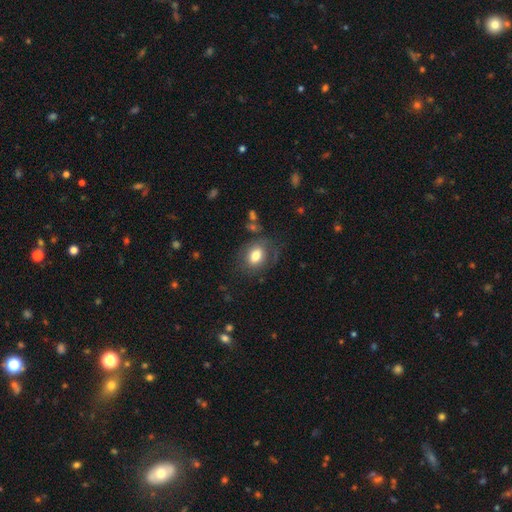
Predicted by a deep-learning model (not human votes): smooth-or-featured: smooth: 75% | featured or disk: 16% | star or artifact: 9%
  how-rounded: in between: 63% | round: 36% | cigar-shaped: 1%
  merging: none: 70% | minor disturbance: 18% | major disturbance: 10% | merger: 3%